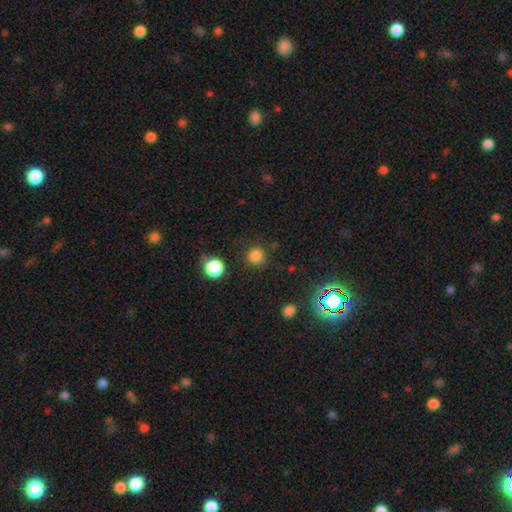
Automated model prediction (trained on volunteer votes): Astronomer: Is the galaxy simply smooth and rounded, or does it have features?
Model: smooth — 81%.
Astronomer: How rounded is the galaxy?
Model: round — 93%.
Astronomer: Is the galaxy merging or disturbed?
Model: none — 83%.